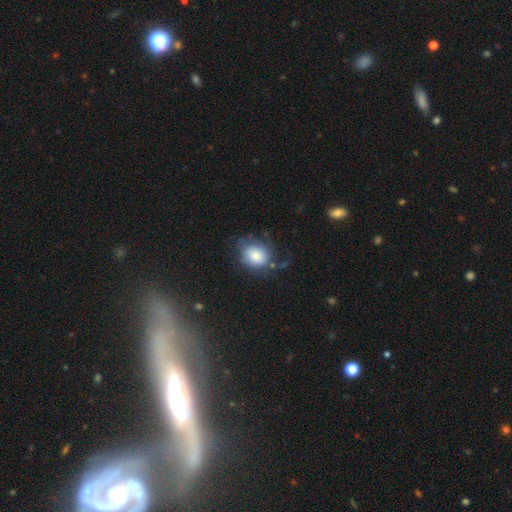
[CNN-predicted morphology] Smooth or featured? Predicted: smooth (p=0.79). How rounded? Predicted: round (p=0.62). Merging? Predicted: none (p=0.61).